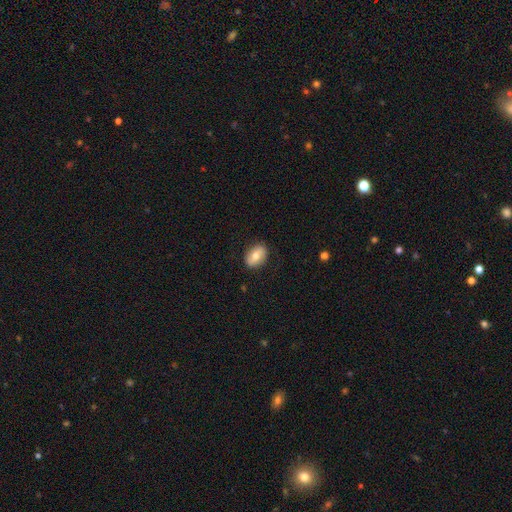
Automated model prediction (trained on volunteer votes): Morphology: type=smooth (66%); roundness=in between (78%); merging=none (85%).